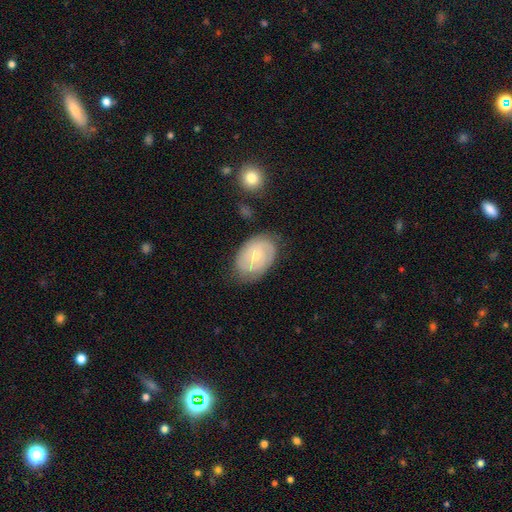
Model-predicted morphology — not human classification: featured or disk 66%, smooth 28%, star or artifact 6%. Down the decision tree: edge-on disk — no (96%); bar — no (61%); spiral arms — yes (84%); spiral arm count — 2 (46%); spiral winding — tight (65%); bulge size — small (60%); merging — none (73%).